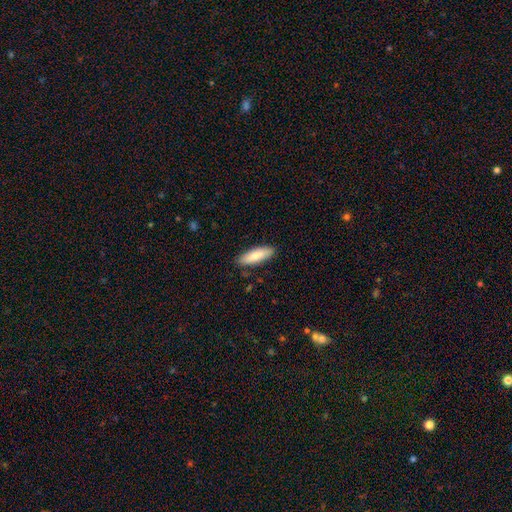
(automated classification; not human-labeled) Smooth or featured: smooth — 83% (featured or disk — 11%)
How rounded: cigar-shaped — 51% (in between — 47%)
Merging: none — 87% (minor disturbance — 10%)